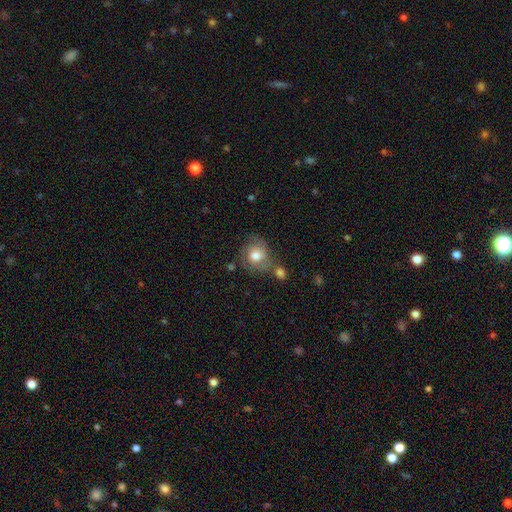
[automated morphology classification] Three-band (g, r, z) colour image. It shows a smooth galaxy with no disk features (55%) that is round (77%). Merging: none (50%).